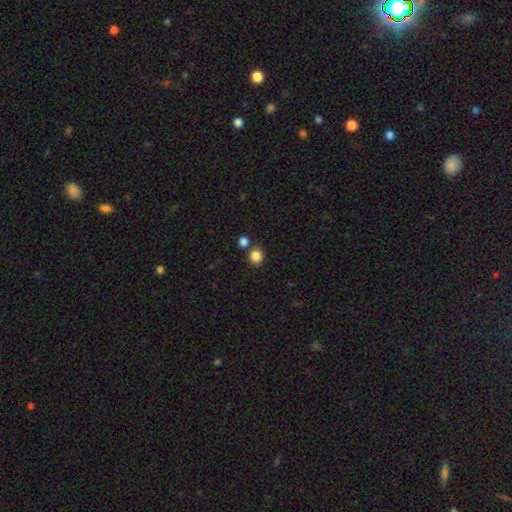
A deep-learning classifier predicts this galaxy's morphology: This appears to be a smooth galaxy with no disk features (85%) that is round (86%). Merging: none (76%).